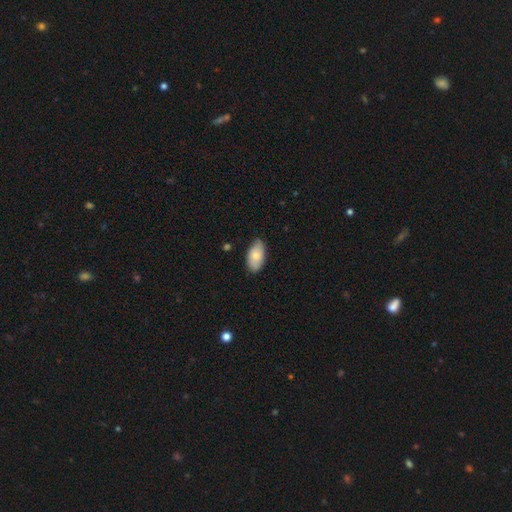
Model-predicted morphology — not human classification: Smooth or featured: smooth — 80% (featured or disk — 14%)
How rounded: in between — 95% (round — 3%)
Merging: none — 76% (minor disturbance — 21%)